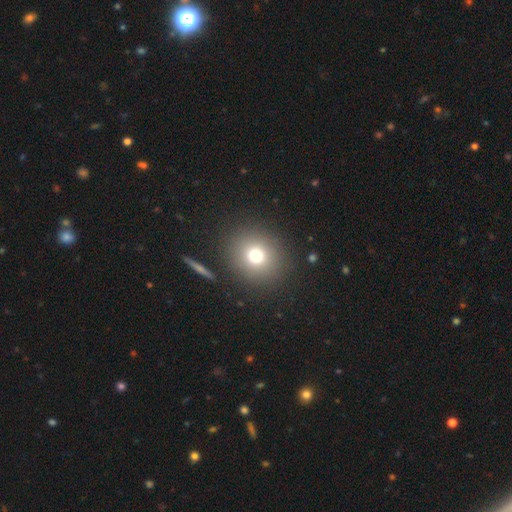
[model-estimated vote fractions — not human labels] Overall: smooth (73%). How rounded: round (86%). Merging: none (87%).